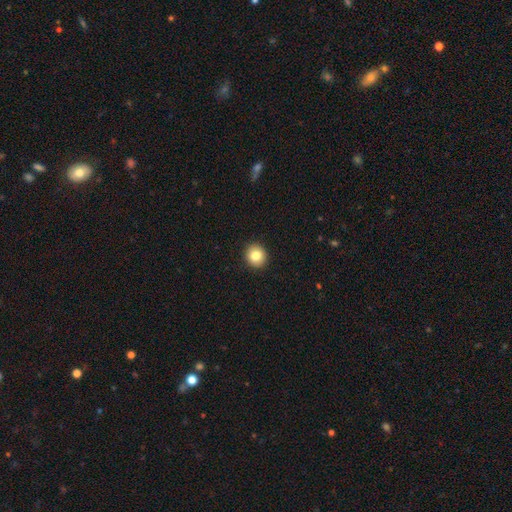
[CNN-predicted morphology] Smooth or featured: smooth — 82% (star or artifact — 9%)
How rounded: round — 86% (in between — 13%)
Merging: none — 93% (minor disturbance — 5%)